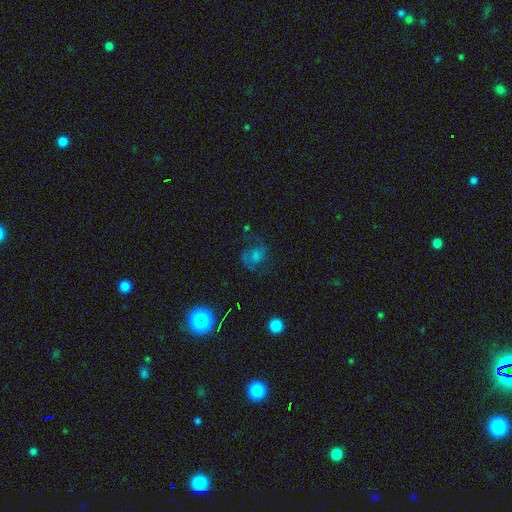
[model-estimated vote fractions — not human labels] smooth-or-featured: smooth: 37% | featured or disk: 33% | star or artifact: 30%
  merging: none: 56% | major disturbance: 21% | minor disturbance: 20% | merger: 3%